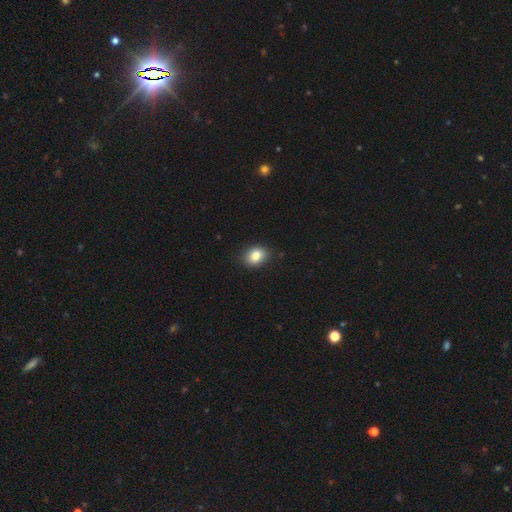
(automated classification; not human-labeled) Smooth or featured: smooth — 84% (star or artifact — 9%)
How rounded: in between — 60% (round — 39%)
Merging: none — 87% (minor disturbance — 10%)